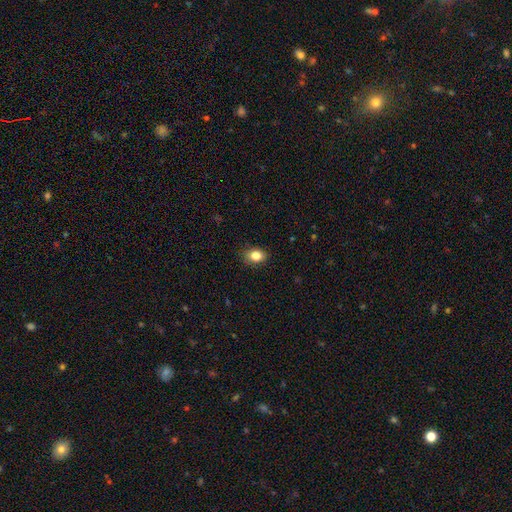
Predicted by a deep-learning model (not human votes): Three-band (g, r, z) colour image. It shows a smooth galaxy with no disk features (84%) that is in between round and cigar-shaped (66%). Merging: none (86%).